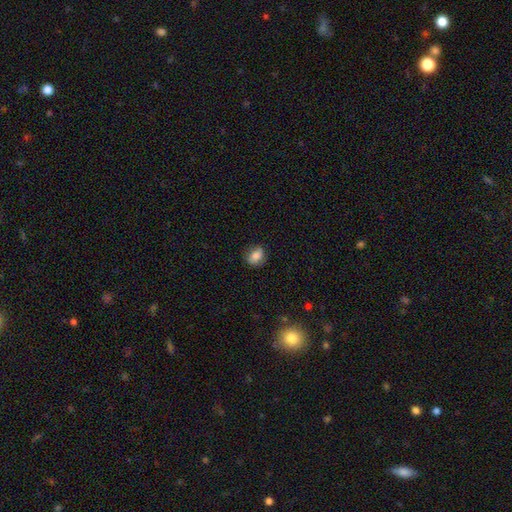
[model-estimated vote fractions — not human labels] Smooth or featured? Predicted: smooth (p=0.78). How rounded? Predicted: in between (p=0.61). Merging? Predicted: none (p=0.80).